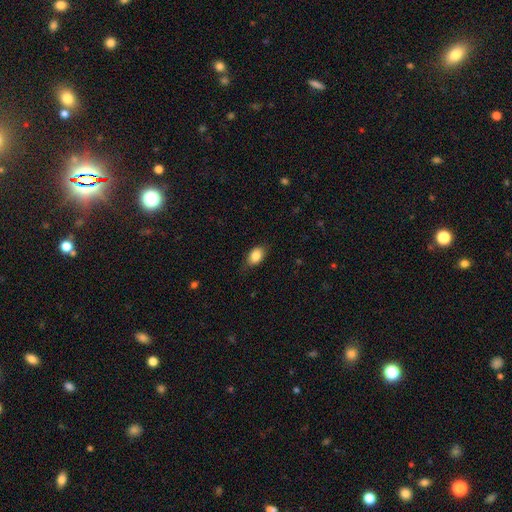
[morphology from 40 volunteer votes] Smooth or featured? 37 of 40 (92%) said smooth. How rounded? 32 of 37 (86%) said in between. Merging? 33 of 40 (82%) said none.